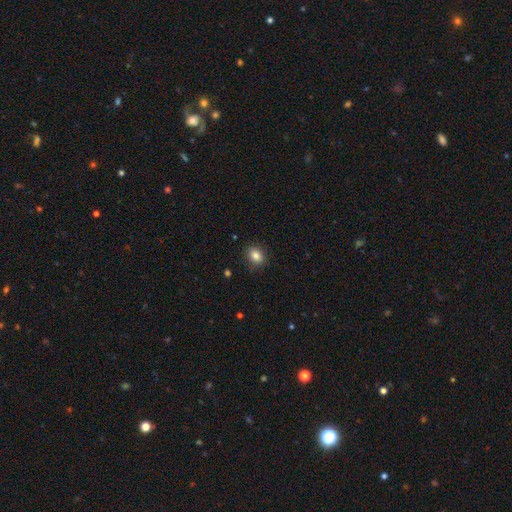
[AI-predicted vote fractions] Q: Smooth or featured?
A: smooth (84%); runner-up: star or artifact (10%)
Q: How rounded?
A: in between (56%); runner-up: round (43%)
Q: Merging?
A: none (86%); runner-up: minor disturbance (11%)